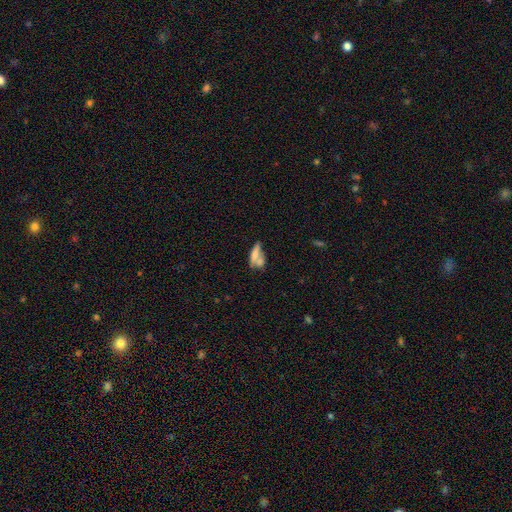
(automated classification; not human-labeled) A smooth galaxy with no disk features (58%) that is in between round and cigar-shaped (51%).

Vote fractions:
- Smooth or featured? smooth: 58% / featured or disk: 32% / star or artifact: 10%
- How rounded? in between: 51% / cigar-shaped: 43% / round: 6%
- Merging? merger: 46% / none: 32% / minor disturbance: 14% / major disturbance: 9%